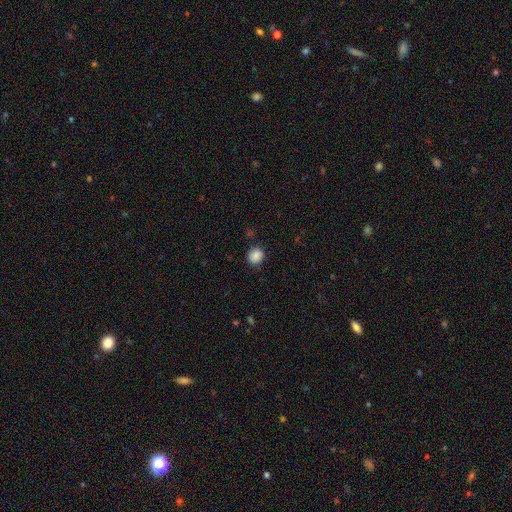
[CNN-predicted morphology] type=smooth (87%); roundness=round (78%); merging=none (83%).